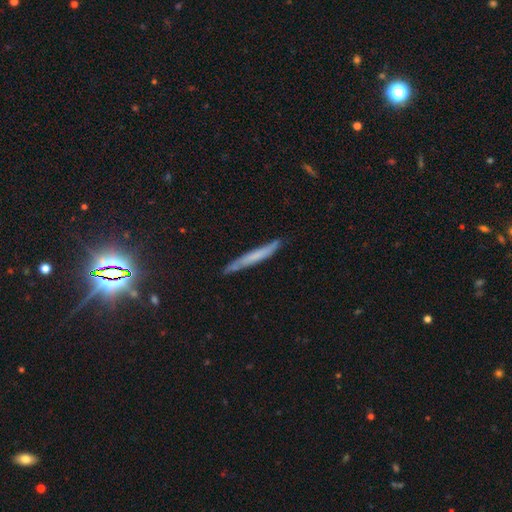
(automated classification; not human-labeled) Morphology: type=smooth (54%); roundness=cigar-shaped (96%); merging=none (81%).